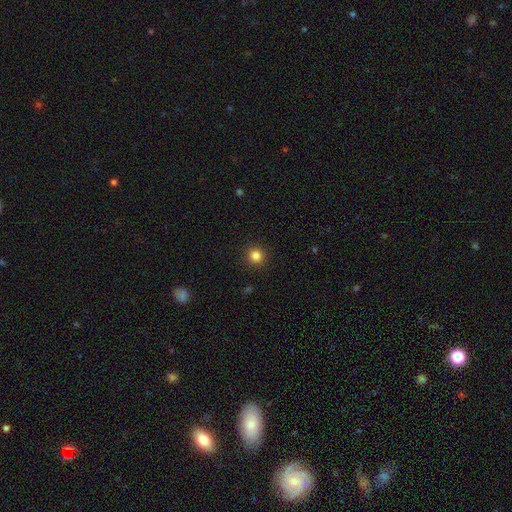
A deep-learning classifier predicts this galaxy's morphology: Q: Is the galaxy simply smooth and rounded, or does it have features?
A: smooth — 84%.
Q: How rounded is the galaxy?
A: round — 95%.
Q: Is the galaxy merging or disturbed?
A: none — 92%.